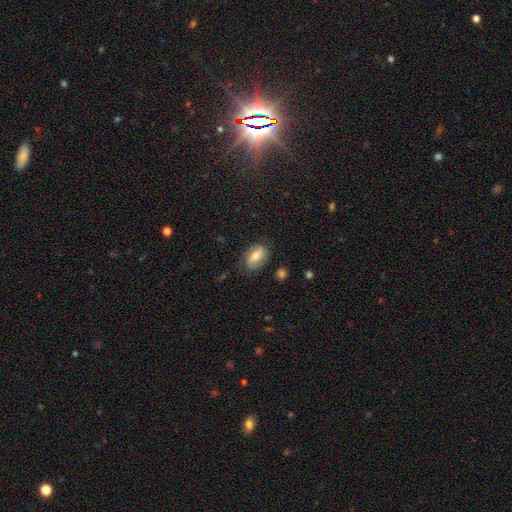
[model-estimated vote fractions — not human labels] Smooth or featured: smooth — 55% (featured or disk — 36%)
How rounded: in between — 86% (round — 11%)
Merging: none — 72% (minor disturbance — 21%)